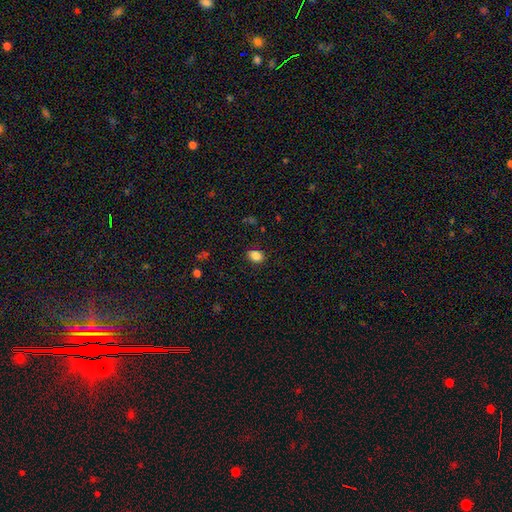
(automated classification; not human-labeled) A smooth galaxy with no disk features (86%) that is in between round and cigar-shaped (64%).

Vote fractions:
- Smooth or featured? smooth: 86% / star or artifact: 10% / featured or disk: 4%
- How rounded? in between: 64% / round: 35% / cigar-shaped: 1%
- Merging? none: 84% / minor disturbance: 12% / major disturbance: 3% / merger: 1%